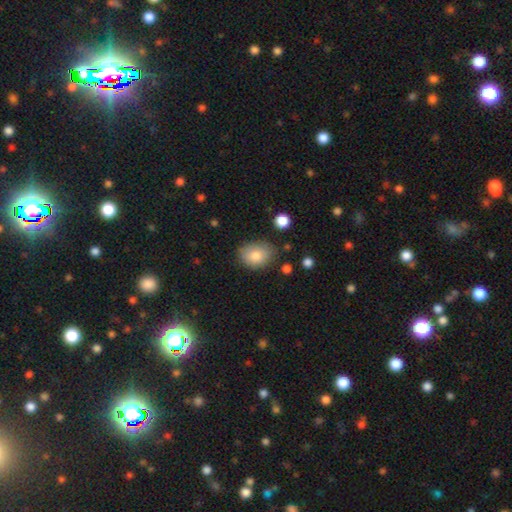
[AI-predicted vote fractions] This is clearly a smooth galaxy (81%). How rounded: likely in between (63%). Merging: likely none (72%).